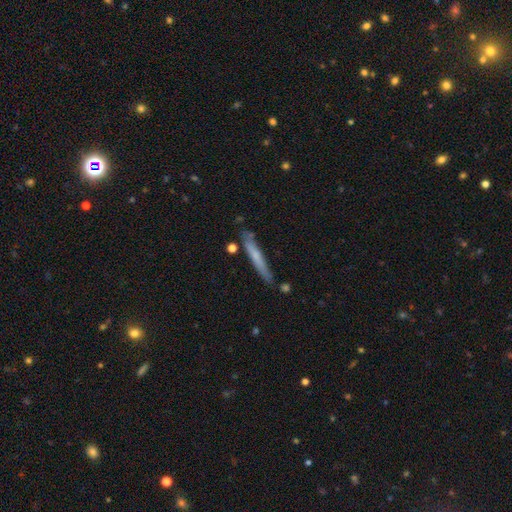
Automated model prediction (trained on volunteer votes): Smooth or featured? Predicted: smooth (p=0.56). How rounded? Predicted: cigar-shaped (p=0.95). Merging? Predicted: none (p=0.77).